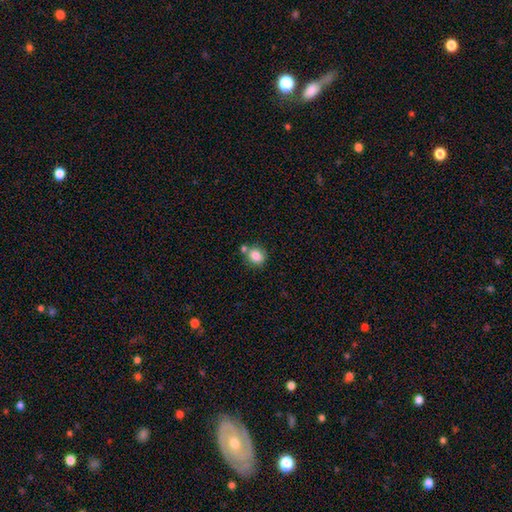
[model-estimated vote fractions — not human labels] Overall: smooth (84%). How rounded: round (69%; in between 30%). Merging: none (63%).